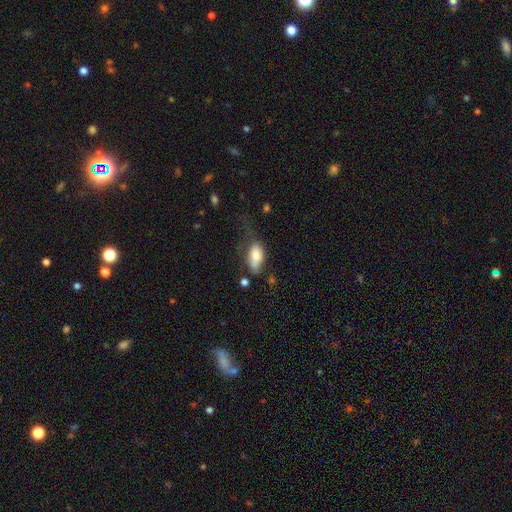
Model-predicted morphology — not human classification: A smooth galaxy with no disk features (76%) that is in between round and cigar-shaped (88%).

Vote fractions:
- Smooth or featured? smooth: 76% / featured or disk: 16% / star or artifact: 8%
- How rounded? in between: 88% / cigar-shaped: 8% / round: 4%
- Merging? minor disturbance: 32% / major disturbance: 31% / none: 31% / merger: 6%